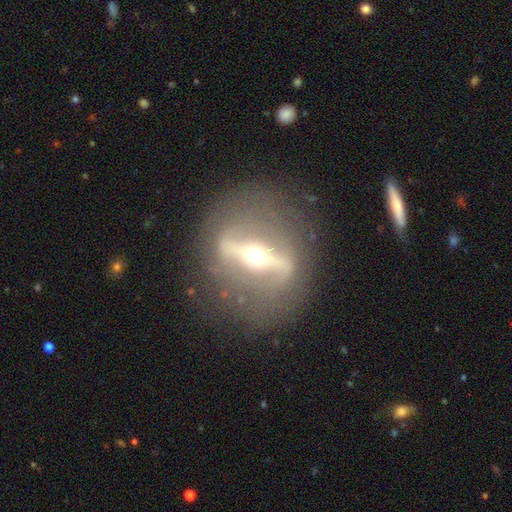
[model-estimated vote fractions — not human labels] Q: Smooth or featured?
A: featured or disk (85%); runner-up: smooth (9%)
Q: Edge-on disk?
A: no (71%); runner-up: yes (29%)
Q: Bar?
A: strong (85%); runner-up: weak (9%)
Q: Spiral arms?
A: no (56%); runner-up: yes (44%)
Q: Bulge size?
A: small (48%); runner-up: moderate (45%)
Q: Merging?
A: none (77%); runner-up: minor disturbance (12%)